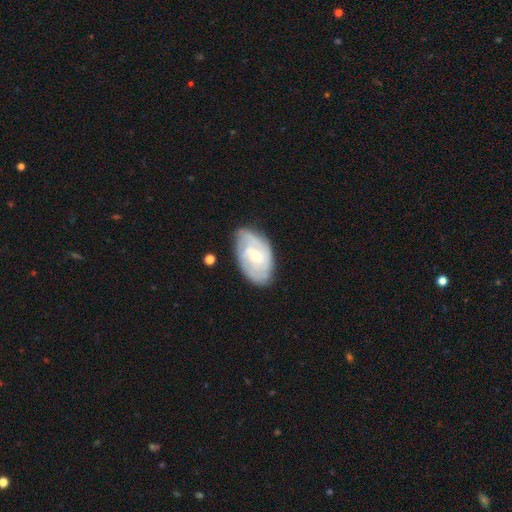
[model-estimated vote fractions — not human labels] A featured or disk galaxy (78%) with no bar (50%), tight (61%) spiral arms (91%) and a small central bulge (55%).

Vote fractions:
- Smooth or featured? featured or disk: 78% / smooth: 17% / star or artifact: 5%
- Edge-on disk? no: 96% / yes: 4%
- Bar? no: 50% / weak: 41% / strong: 9%
- Spiral arms? yes: 91% / no: 9%
- Spiral winding? tight: 61% / medium: 30% / loose: 9%
- Spiral arm count? can't tell: 36% / 2: 30% / 3: 19% / 4: 7% / 1: 4% / more than 4: 4%
- Bulge size? small: 55% / moderate: 42% / large: 1% / none: 1% / dominant: 1%
- Merging? none: 74% / minor disturbance: 20% / major disturbance: 5% / merger: 1%